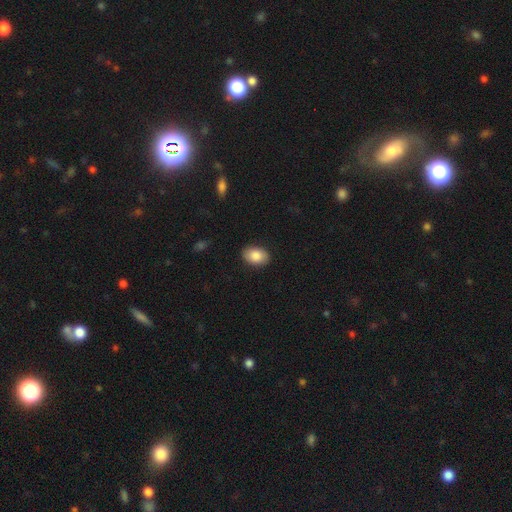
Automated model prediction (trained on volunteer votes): Smooth or featured? Predicted: smooth (p=0.86). How rounded? Predicted: in between (p=0.85). Merging? Predicted: none (p=0.88).